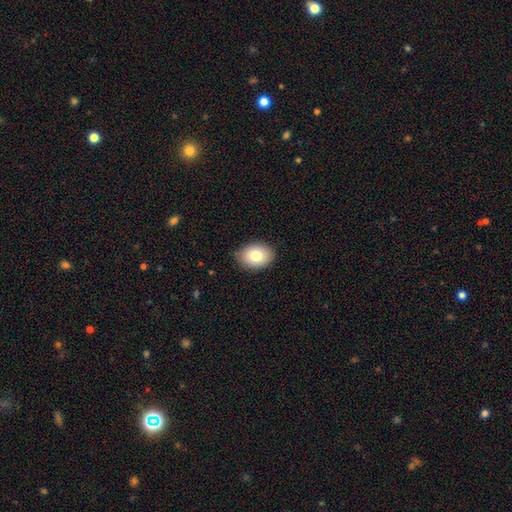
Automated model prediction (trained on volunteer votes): Morphology: type=smooth (79%); roundness=in between (70%); merging=none (83%).